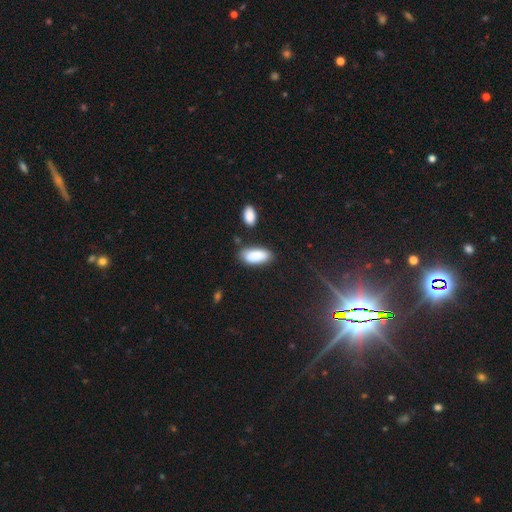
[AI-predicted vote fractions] This is clearly a smooth galaxy (87%). How rounded: clearly in between (86%). Merging: likely none (72%).